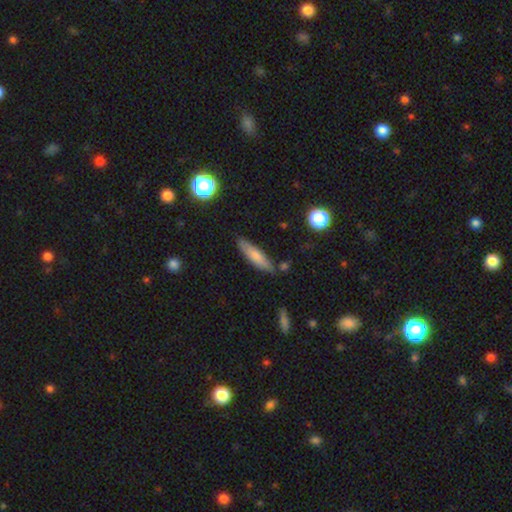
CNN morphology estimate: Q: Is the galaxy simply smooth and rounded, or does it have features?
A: smooth — 73%.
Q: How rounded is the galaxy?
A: cigar-shaped — 71%.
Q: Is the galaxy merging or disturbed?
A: none — 81%.